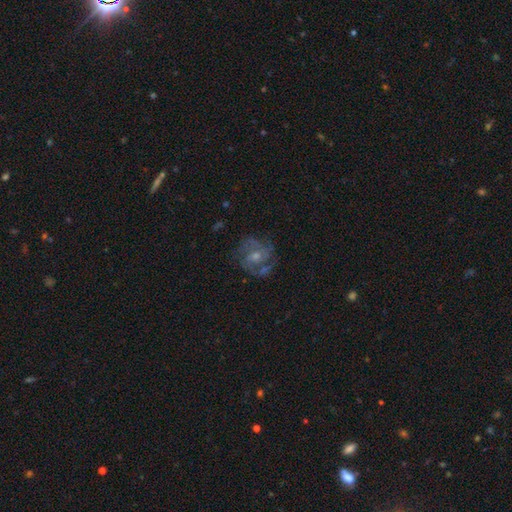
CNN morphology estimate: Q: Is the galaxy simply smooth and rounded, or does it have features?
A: featured or disk — 78%.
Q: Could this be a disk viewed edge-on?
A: no — 98%.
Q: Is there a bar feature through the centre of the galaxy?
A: no — 56%.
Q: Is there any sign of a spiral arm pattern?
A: yes — 90%.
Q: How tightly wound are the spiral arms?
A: medium — 50%.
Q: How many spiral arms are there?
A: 3 — 32%.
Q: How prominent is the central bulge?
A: small — 47%.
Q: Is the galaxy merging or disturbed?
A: none — 64%.